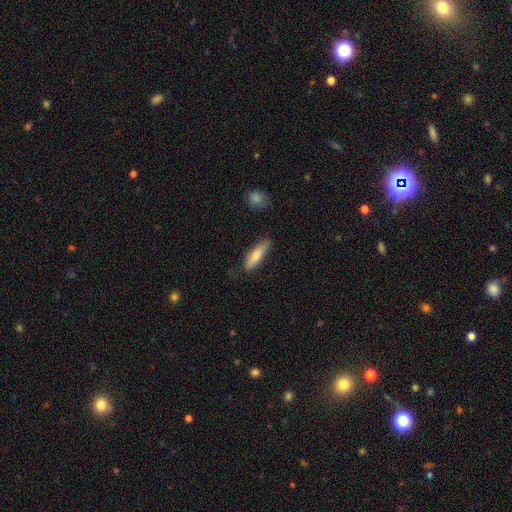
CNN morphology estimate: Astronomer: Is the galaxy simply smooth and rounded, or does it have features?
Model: smooth — 68%.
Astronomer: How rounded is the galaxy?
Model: cigar-shaped — 71%.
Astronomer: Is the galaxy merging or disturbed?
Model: none — 79%.